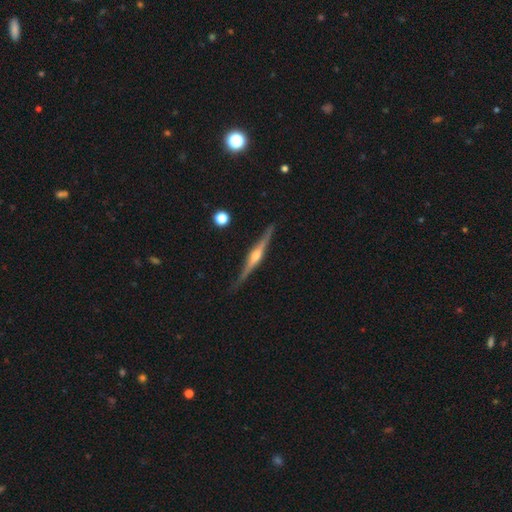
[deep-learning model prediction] Smooth or featured?
  - featured or disk: 83% *
  - smooth: 12%
  - star or artifact: 5%
Edge-on disk?
  - yes: 98% *
  - no: 2%
Edge-on bulge?
  - rounded: 89% *
  - boxy: 6%
  - none: 5%
Merging?
  - none: 87% *
  - minor disturbance: 9%
  - major disturbance: 2%
  - merger: 1%